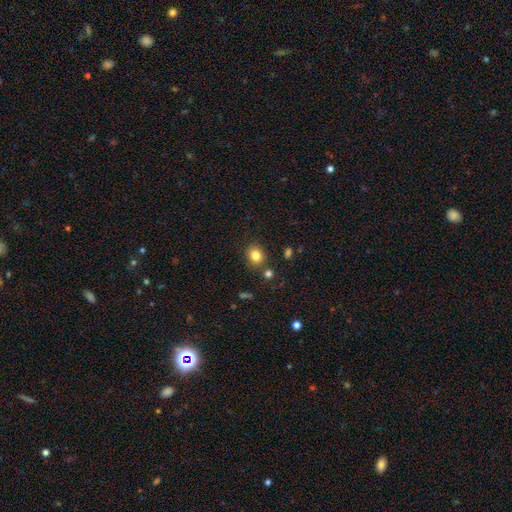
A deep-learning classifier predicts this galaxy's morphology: This appears to be a smooth galaxy with no disk features (82%) that is round (67%). Merging: none (81%).